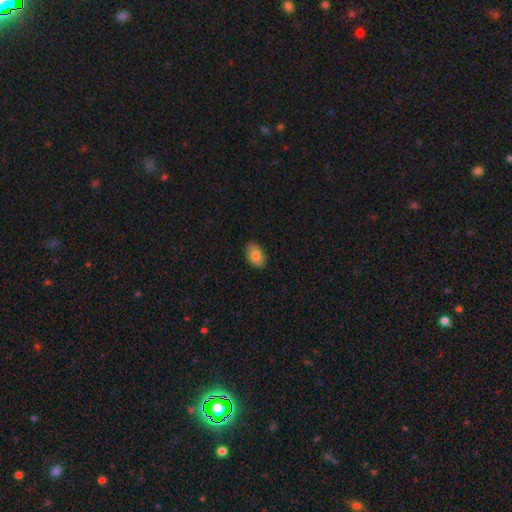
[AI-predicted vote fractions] Smooth or featured: smooth — 82% (featured or disk — 11%)
How rounded: in between — 89% (round — 9%)
Merging: none — 87% (minor disturbance — 10%)